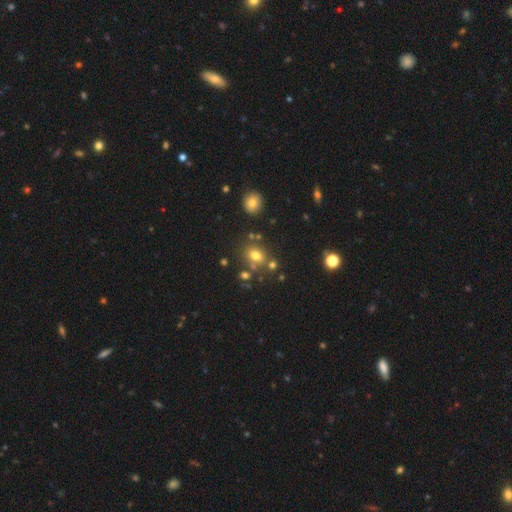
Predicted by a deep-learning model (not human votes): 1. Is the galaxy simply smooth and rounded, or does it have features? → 70% smooth, 19% star or artifact, 11% featured or disk.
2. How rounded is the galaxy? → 50% in between, 49% round, 1% cigar-shaped.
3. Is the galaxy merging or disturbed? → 68% none, 15% merger, 12% minor disturbance, 5% major disturbance.